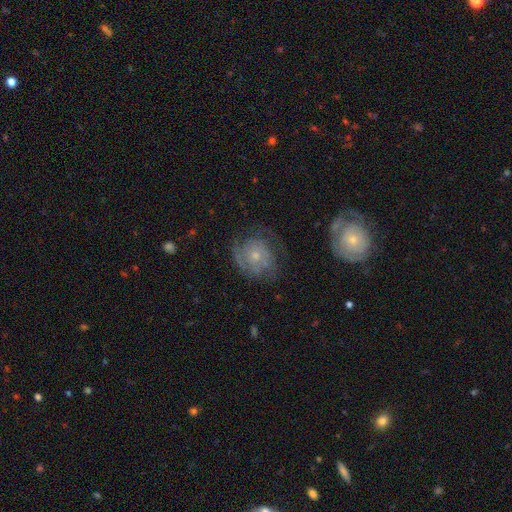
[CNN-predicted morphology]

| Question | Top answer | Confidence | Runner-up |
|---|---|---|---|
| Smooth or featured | featured or disk | 68% | smooth (25%) |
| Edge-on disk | no | 97% | yes (3%) |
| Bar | no | 82% | weak (15%) |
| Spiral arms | yes | 86% | no (14%) |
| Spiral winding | tight | 57% | medium (32%) |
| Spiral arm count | can't tell | 35% | 2 (34%) |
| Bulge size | small | 62% | moderate (32%) |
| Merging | none | 63% | minor disturbance (20%) |